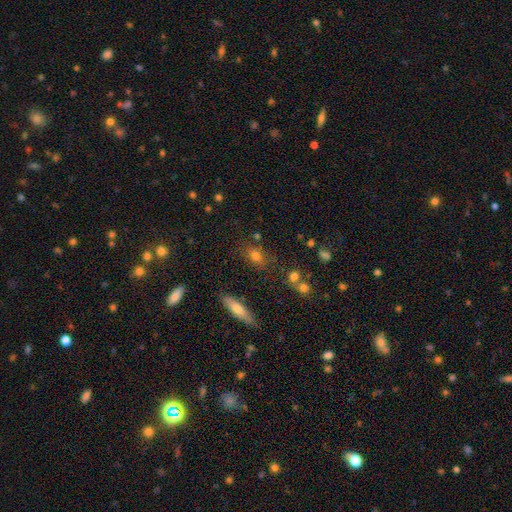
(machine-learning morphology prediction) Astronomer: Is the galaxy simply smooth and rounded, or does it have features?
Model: smooth — 73%.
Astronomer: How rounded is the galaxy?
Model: in between — 58% (runner-up: round, 34%).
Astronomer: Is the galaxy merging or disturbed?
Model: none — 75%.